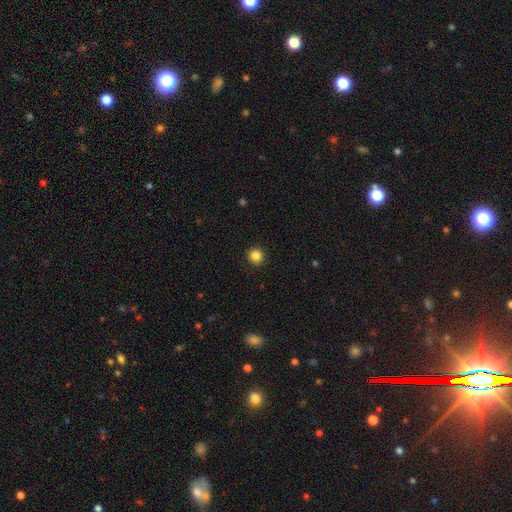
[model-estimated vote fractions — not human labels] A smooth galaxy with no disk features (85%) that is round (95%).

Vote fractions:
- Smooth or featured? smooth: 85% / star or artifact: 11% / featured or disk: 4%
- How rounded? round: 95% / in between: 4% / cigar-shaped: 1%
- Merging? none: 92% / minor disturbance: 5% / major disturbance: 2% / merger: 1%